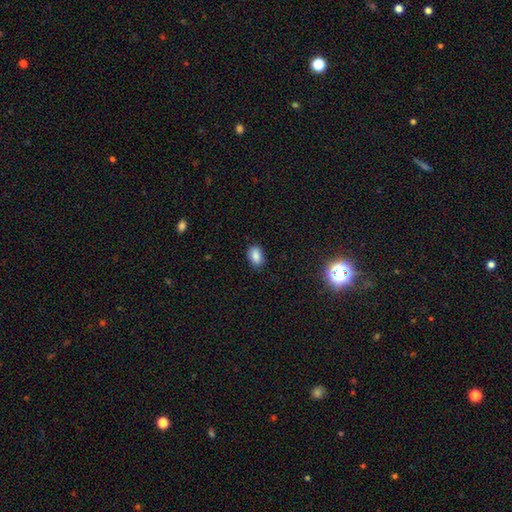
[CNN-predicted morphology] type=smooth (84%); roundness=in between (85%); merging=none (85%).